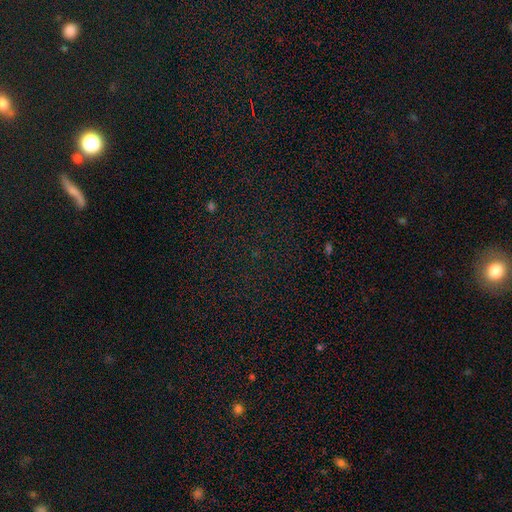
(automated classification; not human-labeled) smooth_or_featured: star or artifact (p=0.70) [alt: smooth p=0.20]